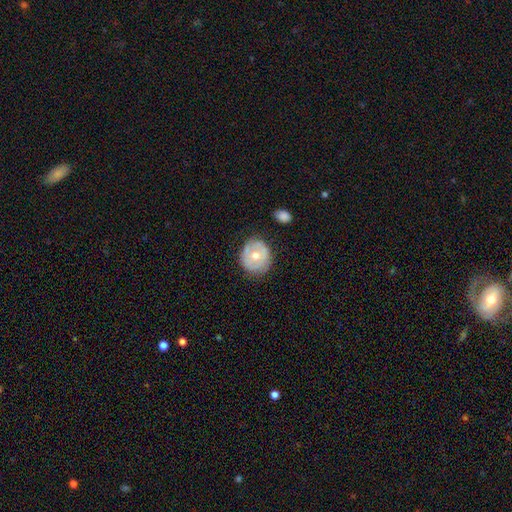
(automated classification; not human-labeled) A featured or disk galaxy (47%).

Vote fractions:
- Smooth or featured? featured or disk: 47% / smooth: 46% / star or artifact: 6%
- Merging? none: 71% / minor disturbance: 21% / major disturbance: 6% / merger: 2%